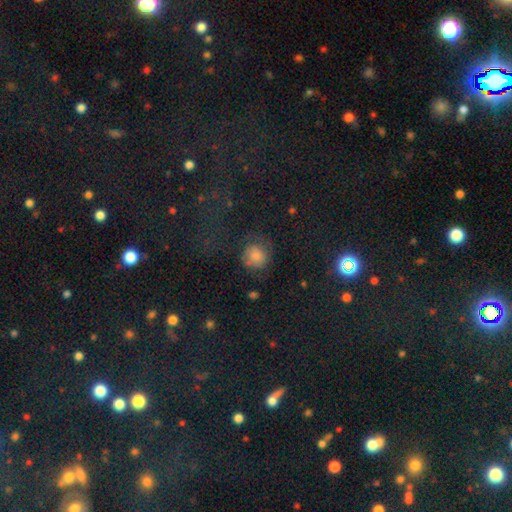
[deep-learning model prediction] Smooth or featured? smooth (70%)
How rounded? round (84%)
Merging? none (56%)